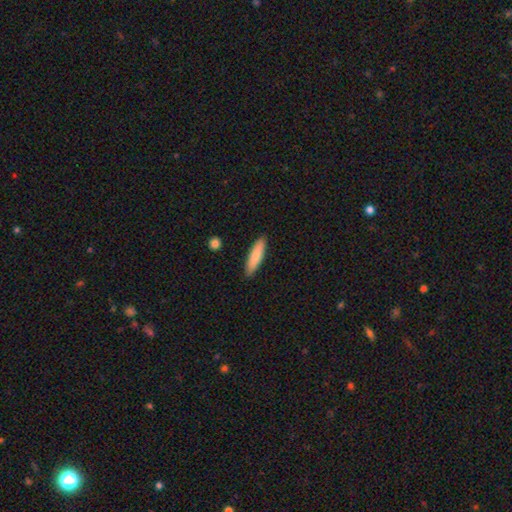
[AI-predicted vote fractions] A smooth galaxy with no disk features (84%) that is cigar-shaped (73%). Merging: none (90%).